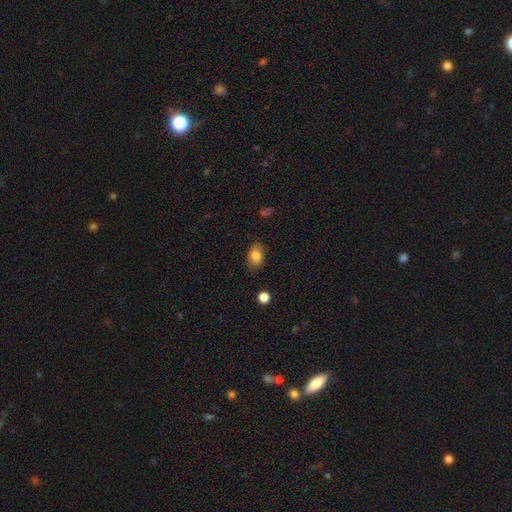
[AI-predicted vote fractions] A smooth galaxy with no disk features (83%) that is in between round and cigar-shaped (80%).

Vote fractions:
- Smooth or featured? smooth: 83% / star or artifact: 9% / featured or disk: 8%
- How rounded? in between: 80% / round: 19% / cigar-shaped: 1%
- Merging? none: 84% / minor disturbance: 12% / major disturbance: 3% / merger: 1%